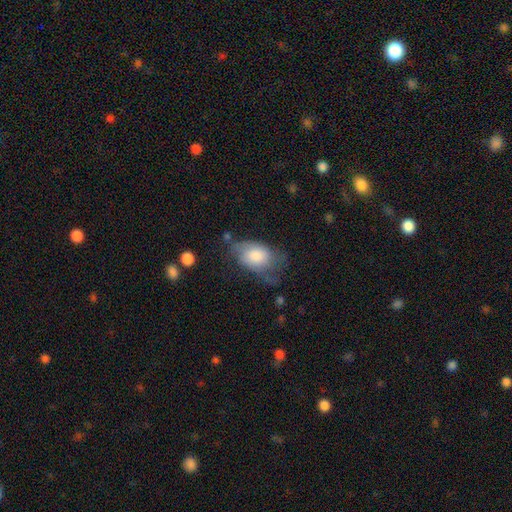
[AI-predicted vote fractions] Smooth or featured: smooth — 68% (featured or disk — 25%)
How rounded: in between — 85% (round — 13%)
Merging: none — 39% (minor disturbance — 35%)